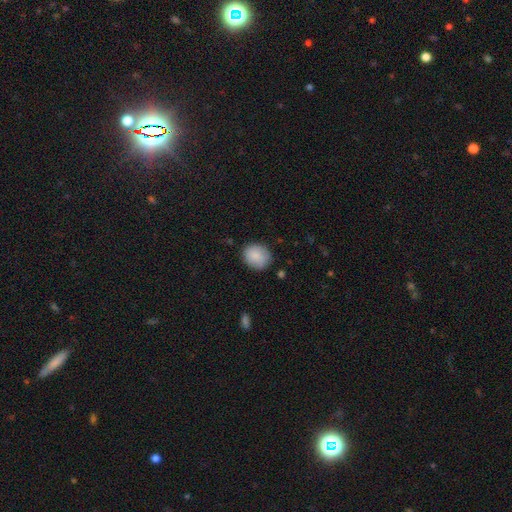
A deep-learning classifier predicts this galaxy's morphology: Q: Smooth or featured?
A: smooth (87%); runner-up: star or artifact (7%)
Q: How rounded?
A: round (69%); runner-up: in between (30%)
Q: Merging?
A: none (80%); runner-up: minor disturbance (15%)